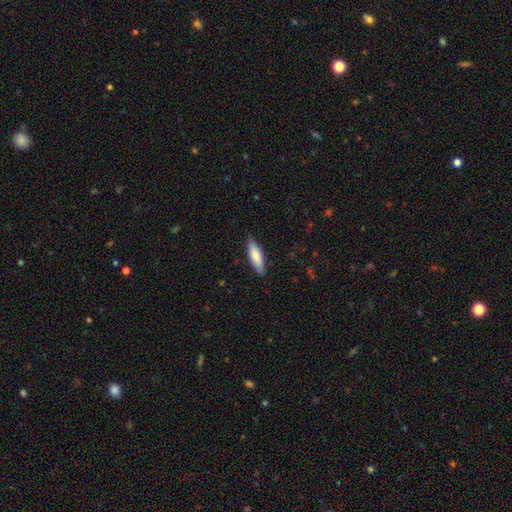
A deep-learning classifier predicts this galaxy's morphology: A smooth galaxy with no disk features (79%) that is cigar-shaped (59%).

Vote fractions:
- Smooth or featured? smooth: 79% / featured or disk: 16% / star or artifact: 5%
- How rounded? cigar-shaped: 59% / in between: 40% / round: 1%
- Merging? none: 85% / minor disturbance: 12% / major disturbance: 2% / merger: 1%